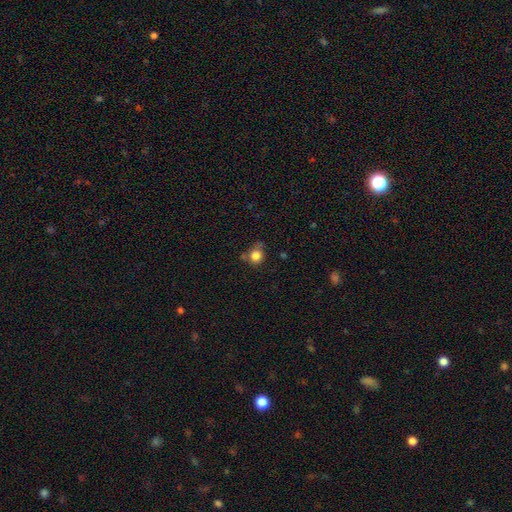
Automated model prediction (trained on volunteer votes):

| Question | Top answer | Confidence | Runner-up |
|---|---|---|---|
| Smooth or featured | smooth | 82% | star or artifact (11%) |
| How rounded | round | 81% | in between (18%) |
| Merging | none | 61% | minor disturbance (24%) |